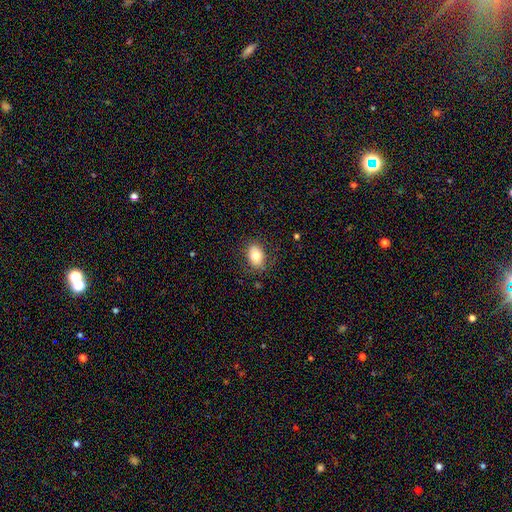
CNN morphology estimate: Smooth or featured?
  - smooth: 78% *
  - featured or disk: 13%
  - star or artifact: 9%
How rounded?
  - in between: 77% *
  - round: 22%
  - cigar-shaped: 1%
Merging?
  - none: 80% *
  - minor disturbance: 15%
  - major disturbance: 4%
  - merger: 1%